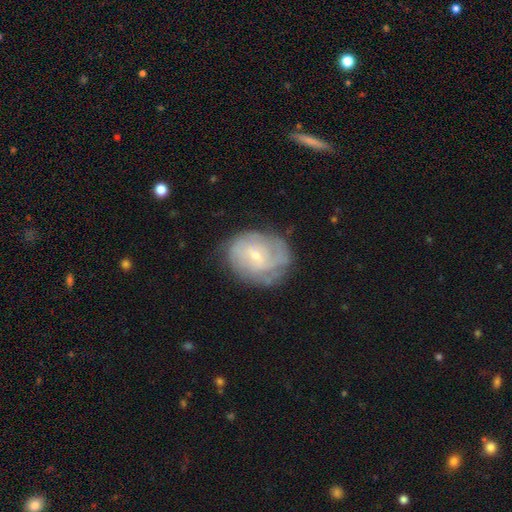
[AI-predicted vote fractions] Morphology: type=featured or disk (64%); edge-on=no (97%); bar=weak (47%); spiral arms=yes (76%); bulge=small (70%); merging=none (67%).